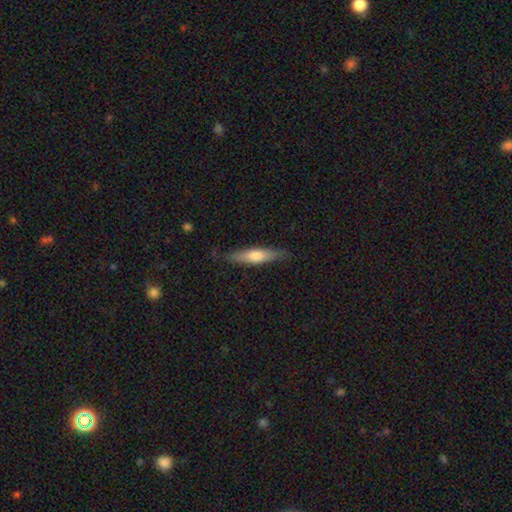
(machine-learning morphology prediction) A smooth galaxy with no disk features (58%) that is cigar-shaped (80%). Merging: none (84%).